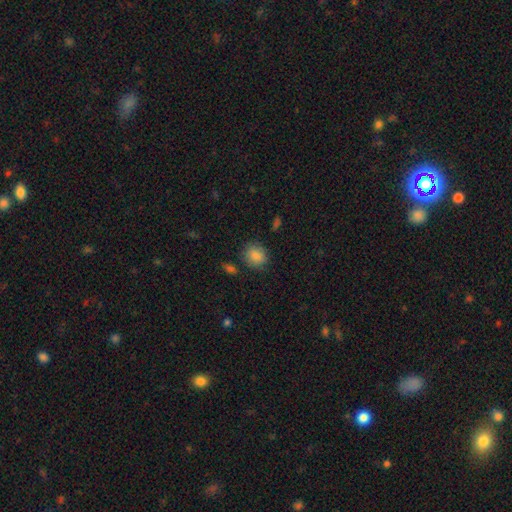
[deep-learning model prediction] smooth 86%, star or artifact 9%, featured or disk 6%. Down the decision tree: how rounded — round (69%); merging — none (83%).